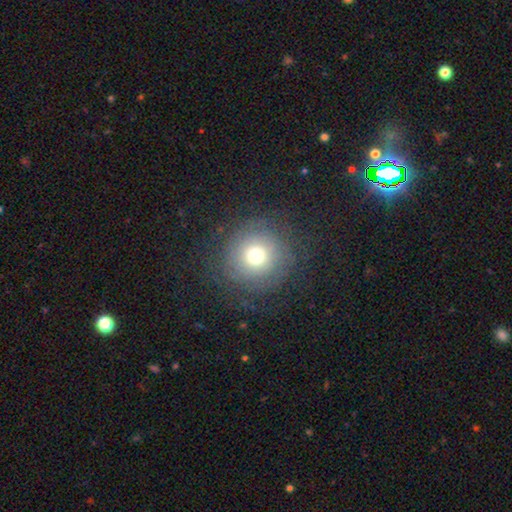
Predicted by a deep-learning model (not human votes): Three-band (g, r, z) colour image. It shows a smooth galaxy with no disk features (60%) that is round (93%). Merging: none (79%).